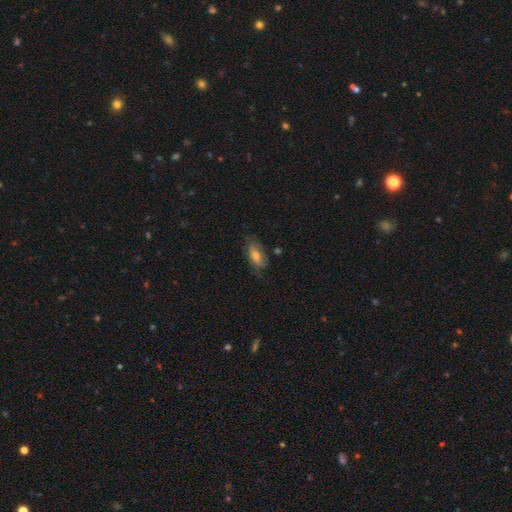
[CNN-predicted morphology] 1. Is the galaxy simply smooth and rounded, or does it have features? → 60% smooth, 32% featured or disk, 9% star or artifact.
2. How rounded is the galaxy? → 80% in between, 16% cigar-shaped, 4% round.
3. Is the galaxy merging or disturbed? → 68% none, 23% minor disturbance, 7% major disturbance, 2% merger.